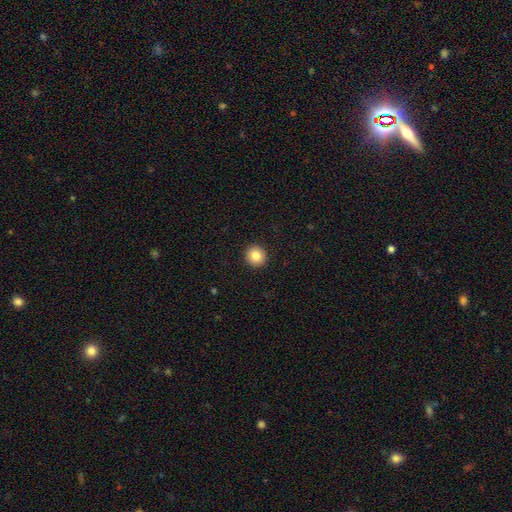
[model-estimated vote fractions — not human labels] The model was most divided on "smooth or featured": smooth: 84%, star or artifact: 10%, featured or disk: 6%. More confident: how rounded — round (93%); merging — none (93%).